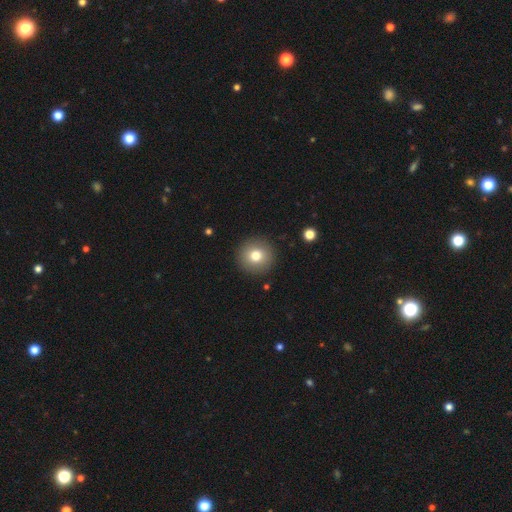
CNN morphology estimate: This is likely a smooth galaxy (77%). How rounded: clearly round (95%). Merging: clearly none (92%).